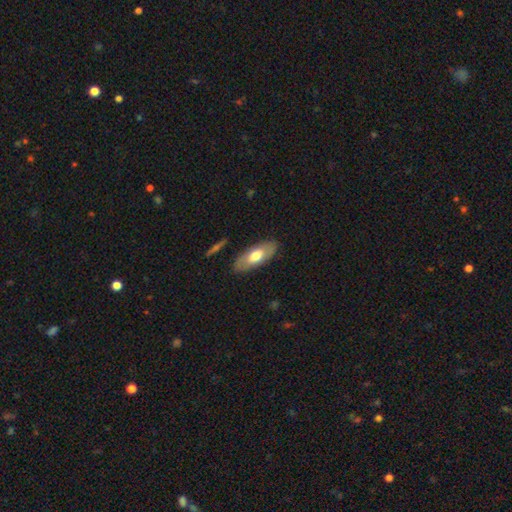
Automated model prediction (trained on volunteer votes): This is likely a smooth galaxy (62%). How rounded: clearly in between (83%). Merging: clearly none (85%).